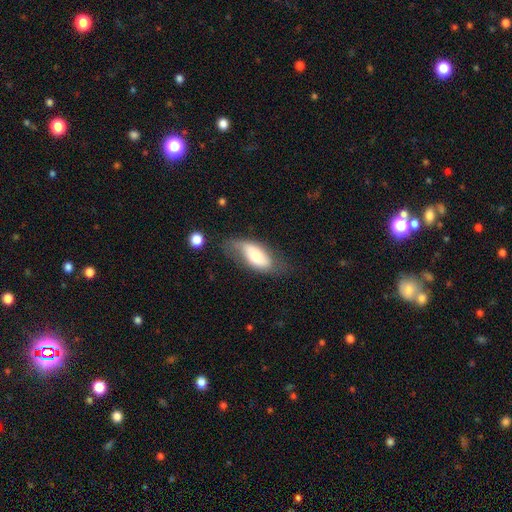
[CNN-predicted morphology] A smooth galaxy with no disk features (61%) that is in between round and cigar-shaped (86%). Merging: none (48%).